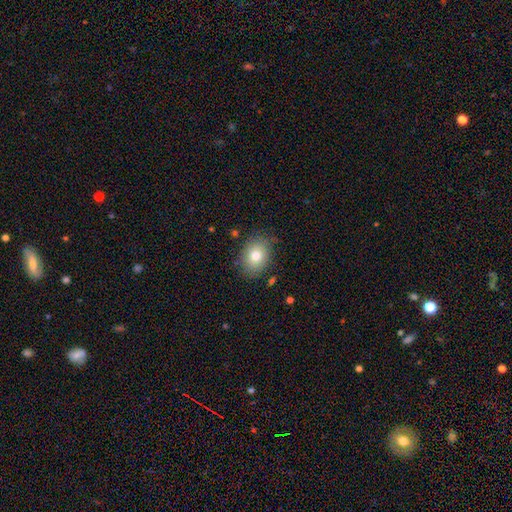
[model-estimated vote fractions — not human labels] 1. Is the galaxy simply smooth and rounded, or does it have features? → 78% smooth, 12% featured or disk, 10% star or artifact.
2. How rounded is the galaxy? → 62% in between, 37% round, 1% cigar-shaped.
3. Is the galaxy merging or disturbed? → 81% none, 13% minor disturbance, 4% major disturbance, 2% merger.